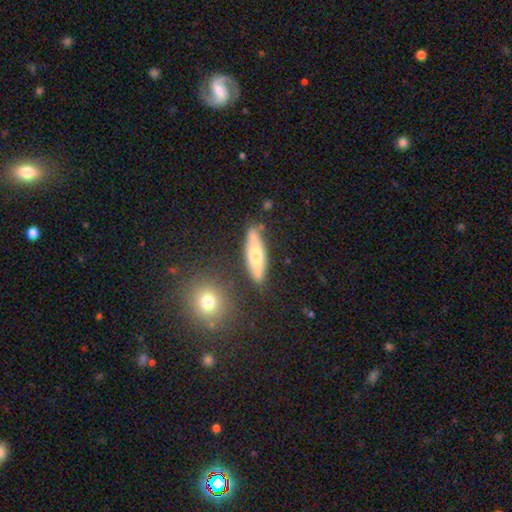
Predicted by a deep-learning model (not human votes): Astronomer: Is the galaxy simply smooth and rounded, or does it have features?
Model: smooth — 53% (runner-up: featured or disk, 40%).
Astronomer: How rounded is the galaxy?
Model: cigar-shaped — 51% (runner-up: in between, 45%).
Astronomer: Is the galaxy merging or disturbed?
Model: none — 77%.